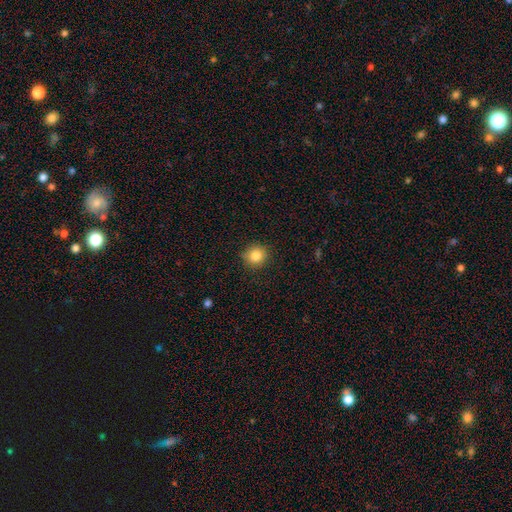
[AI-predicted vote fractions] Smooth or featured?
  - smooth: 84% *
  - star or artifact: 10%
  - featured or disk: 5%
How rounded?
  - round: 91% *
  - in between: 8%
  - cigar-shaped: 1%
Merging?
  - none: 89% *
  - minor disturbance: 8%
  - major disturbance: 2%
  - merger: 1%